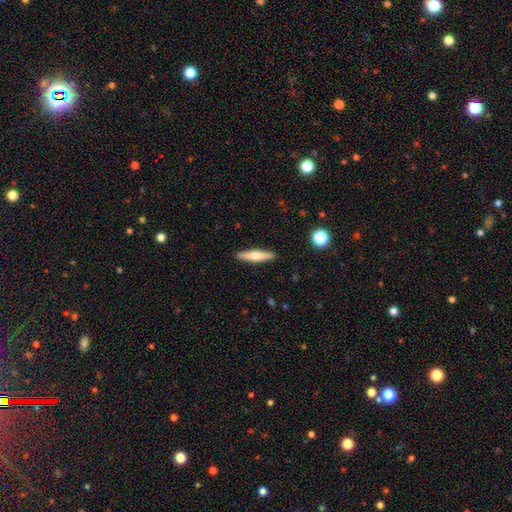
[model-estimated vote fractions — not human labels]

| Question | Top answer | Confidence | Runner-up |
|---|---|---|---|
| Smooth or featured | smooth | 51% | featured or disk (43%) |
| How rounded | cigar-shaped | 86% | in between (12%) |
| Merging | none | 91% | minor disturbance (6%) |